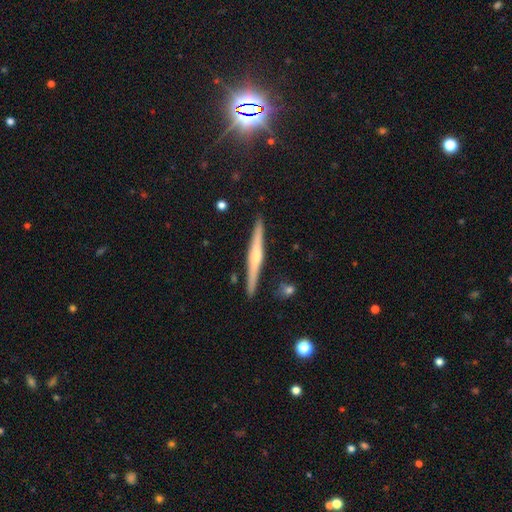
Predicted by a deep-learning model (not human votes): Overall: featured or disk (63%; smooth 31%). Edge-on disk: yes (98%). Edge-on bulge: rounded (65%). Merging: none (90%).